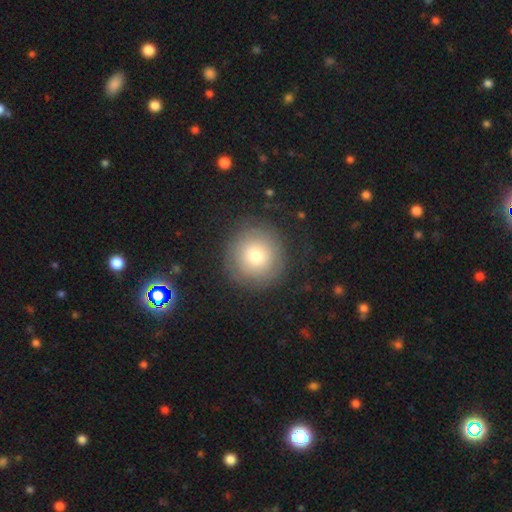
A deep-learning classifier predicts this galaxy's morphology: Smooth or featured? smooth (67%)
How rounded? round (94%)
Merging? none (82%)